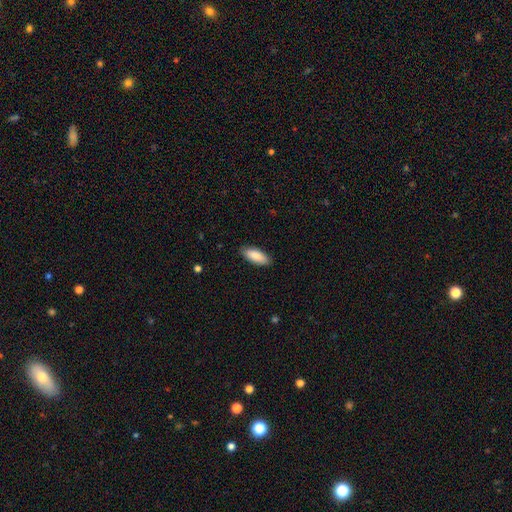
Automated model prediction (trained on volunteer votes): Q: Smooth or featured?
A: smooth (87%); runner-up: featured or disk (7%)
Q: How rounded?
A: in between (76%); runner-up: cigar-shaped (22%)
Q: Merging?
A: none (87%); runner-up: minor disturbance (10%)